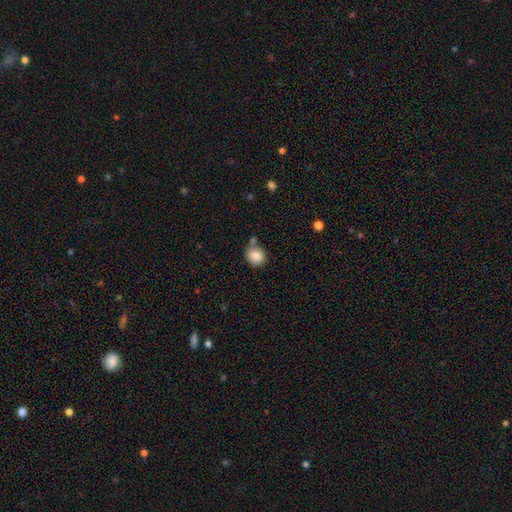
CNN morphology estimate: A smooth galaxy with no disk features (86%) that is round (70%). Merging: none (68%).